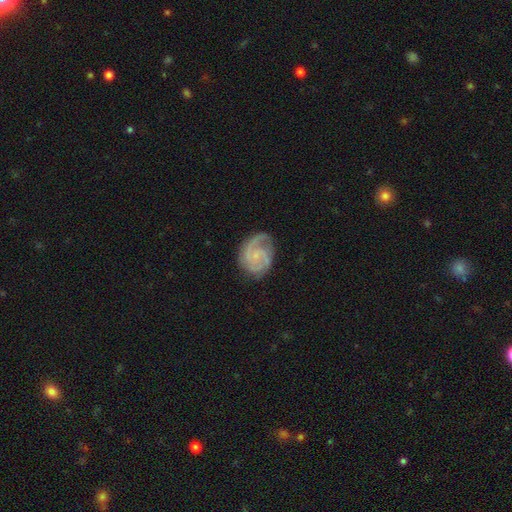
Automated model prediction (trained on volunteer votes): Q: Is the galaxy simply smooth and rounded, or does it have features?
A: featured or disk — 84%.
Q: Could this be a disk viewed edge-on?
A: no — 98%.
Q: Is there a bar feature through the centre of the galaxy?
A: no — 65%.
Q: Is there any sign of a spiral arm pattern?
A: yes — 97%.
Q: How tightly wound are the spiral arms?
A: tight — 48%.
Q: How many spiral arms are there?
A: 2 — 57%.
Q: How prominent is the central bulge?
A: small — 63%.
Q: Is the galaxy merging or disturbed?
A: none — 73%.